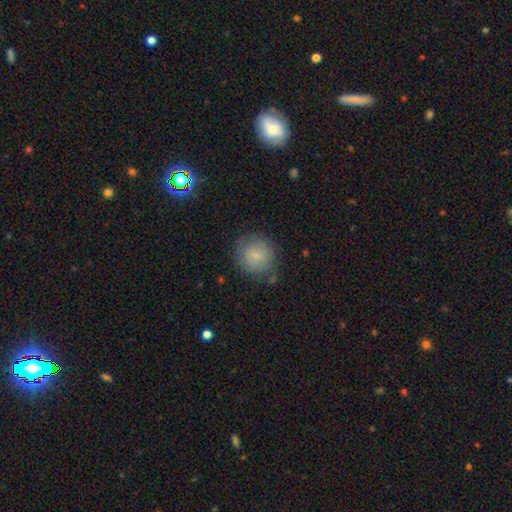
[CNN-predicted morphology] A smooth galaxy with no disk features (81%) that is round (89%).

Vote fractions:
- Smooth or featured? smooth: 81% / featured or disk: 10% / star or artifact: 9%
- How rounded? round: 89% / in between: 10% / cigar-shaped: 1%
- Merging? none: 81% / minor disturbance: 13% / major disturbance: 4% / merger: 2%